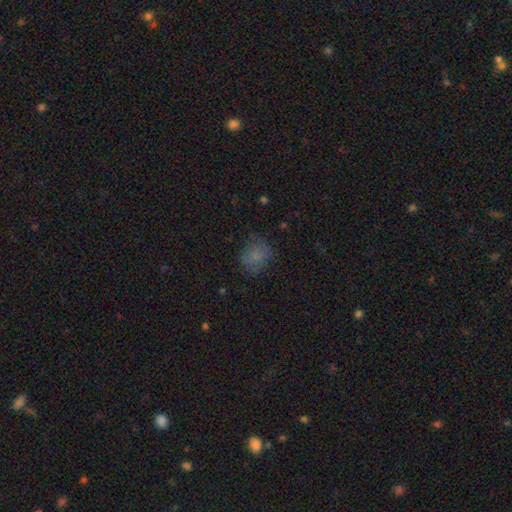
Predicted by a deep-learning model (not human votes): Smooth or featured? Predicted: smooth (p=0.75). How rounded? Predicted: round (p=0.61). Merging? Predicted: none (p=0.69).